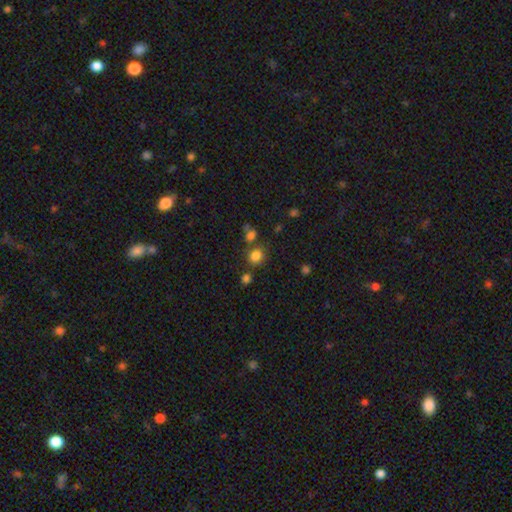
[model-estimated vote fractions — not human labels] This appears to be a smooth galaxy with no disk features (79%) that is round (70%). Merging: none (68%).